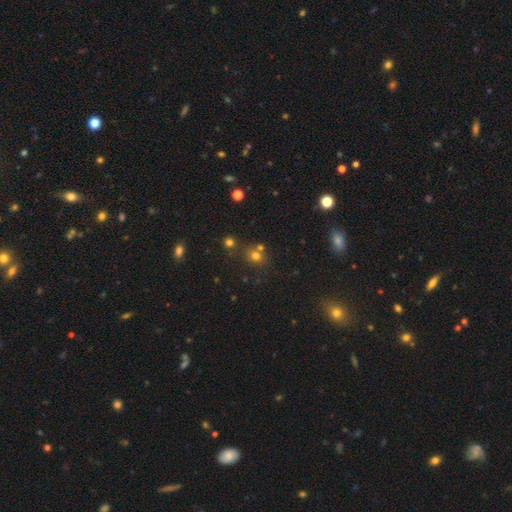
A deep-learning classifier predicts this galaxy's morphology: This is likely a smooth galaxy (66%). How rounded: likely round (74%). Merging: likely none (62%).